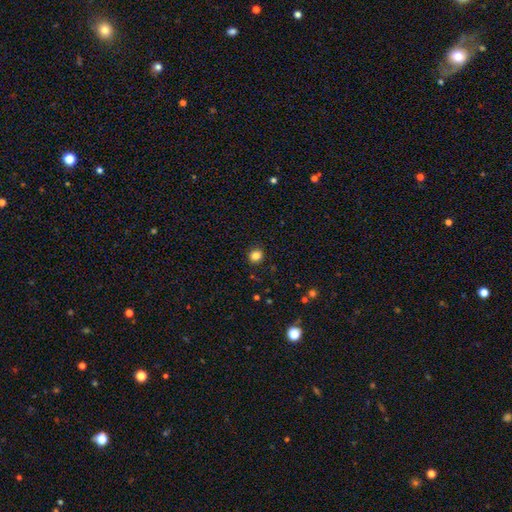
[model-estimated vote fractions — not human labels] Morphology: type=smooth (84%); roundness=round (85%); merging=none (90%).